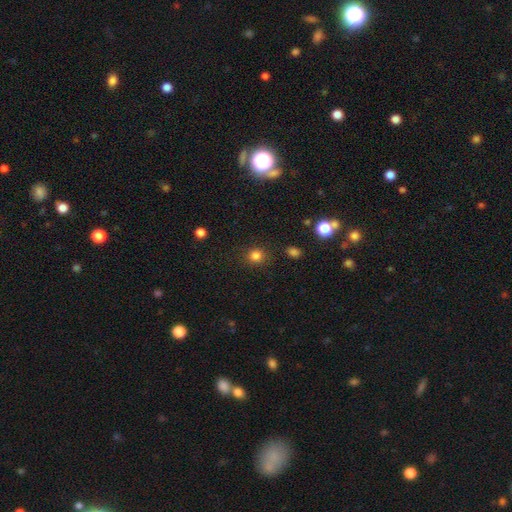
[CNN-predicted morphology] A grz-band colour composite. It shows a smooth galaxy with no disk features (82%) that is round (82%). Merging: none (85%).